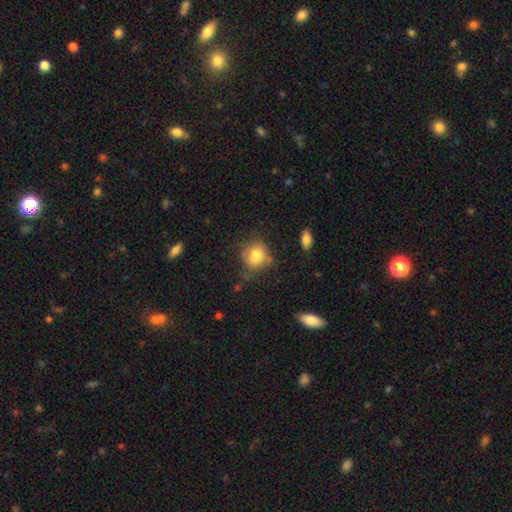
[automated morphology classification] A smooth galaxy with no disk features (79%) that is round (71%).

Vote fractions:
- Smooth or featured? smooth: 79% / featured or disk: 11% / star or artifact: 10%
- How rounded? round: 71% / in between: 28% / cigar-shaped: 1%
- Merging? none: 68% / minor disturbance: 22% / major disturbance: 7% / merger: 3%